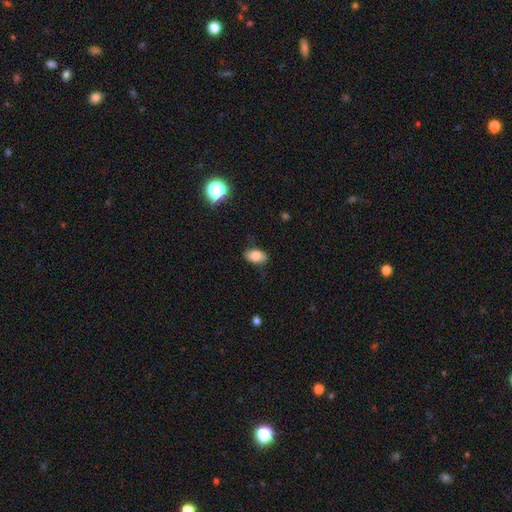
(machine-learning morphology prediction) This is likely a smooth galaxy (78%). How rounded: clearly in between (89%). Merging: likely none (75%).